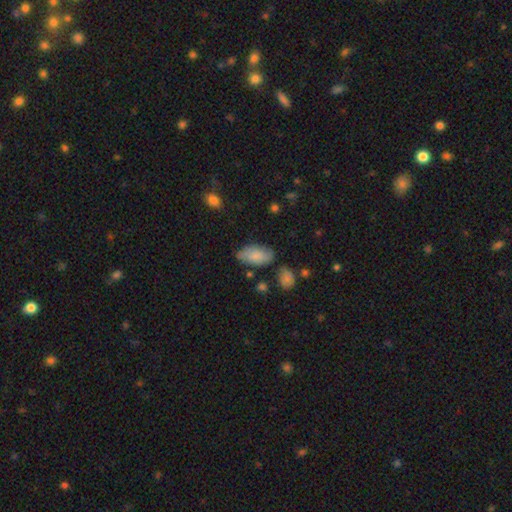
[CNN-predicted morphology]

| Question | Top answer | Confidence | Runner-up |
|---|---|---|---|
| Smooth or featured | smooth | 77% | featured or disk (16%) |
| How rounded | in between | 93% | cigar-shaped (4%) |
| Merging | none | 67% | minor disturbance (23%) |